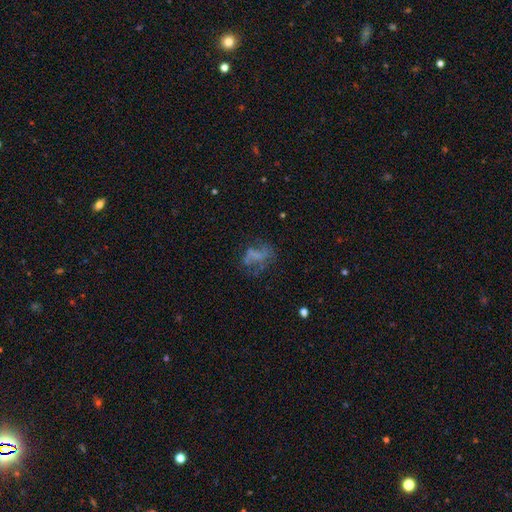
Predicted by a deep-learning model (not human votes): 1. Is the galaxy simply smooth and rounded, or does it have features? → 46% featured or disk, 36% smooth, 18% star or artifact.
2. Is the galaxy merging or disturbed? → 41% none, 33% major disturbance, 19% minor disturbance, 6% merger.